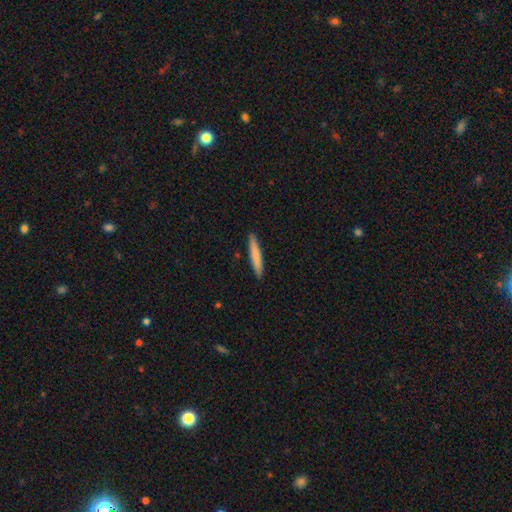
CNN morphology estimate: smooth 78%, featured or disk 17%, star or artifact 5%. Down the decision tree: how rounded — cigar-shaped (94%); merging — none (91%).